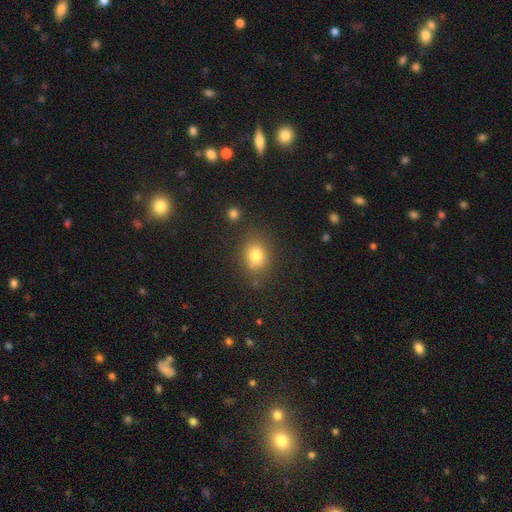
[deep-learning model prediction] smooth 79%, star or artifact 12%, featured or disk 9%. Down the decision tree: how rounded — round (56%); merging — none (74%).